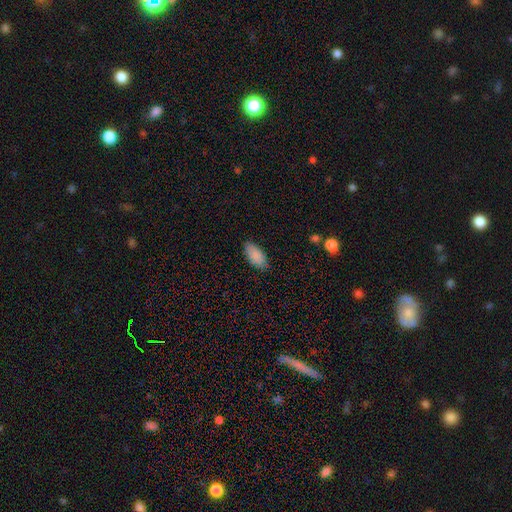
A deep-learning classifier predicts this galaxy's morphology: A smooth galaxy with no disk features (88%) that is in between round and cigar-shaped (92%).

Vote fractions:
- Smooth or featured? smooth: 88% / star or artifact: 7% / featured or disk: 5%
- How rounded? in between: 92% / cigar-shaped: 6% / round: 2%
- Merging? none: 82% / minor disturbance: 14% / major disturbance: 3% / merger: 1%